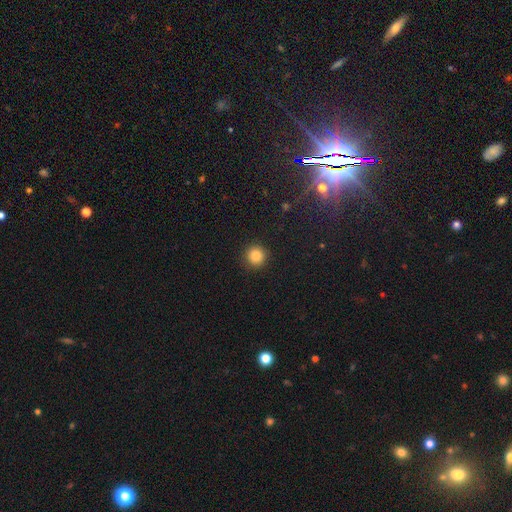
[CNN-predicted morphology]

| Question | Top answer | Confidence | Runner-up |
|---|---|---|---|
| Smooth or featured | smooth | 85% | star or artifact (11%) |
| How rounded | round | 95% | in between (4%) |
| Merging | none | 92% | minor disturbance (5%) |